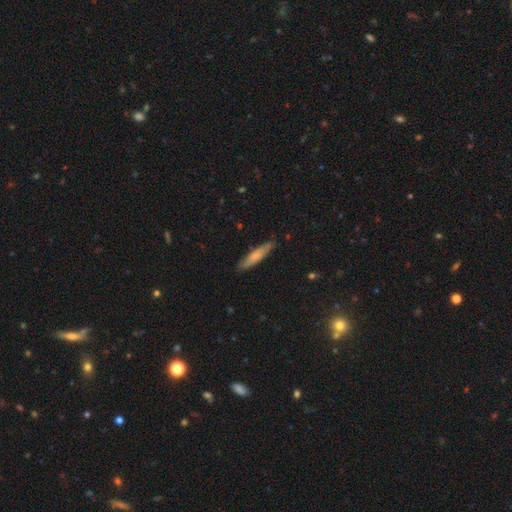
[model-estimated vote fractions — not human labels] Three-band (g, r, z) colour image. It shows a smooth galaxy with no disk features (73%) that is cigar-shaped (85%). Merging: none (85%).